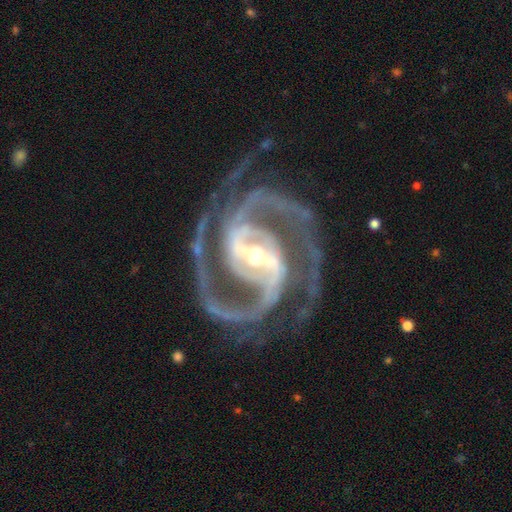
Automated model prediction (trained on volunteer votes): This appears to be a featured or disk galaxy (95%) with a strong bar (67%), 2 (61%) medium (56%) spiral arms (99%) and a moderate central bulge (48%). Merging: none (75%).